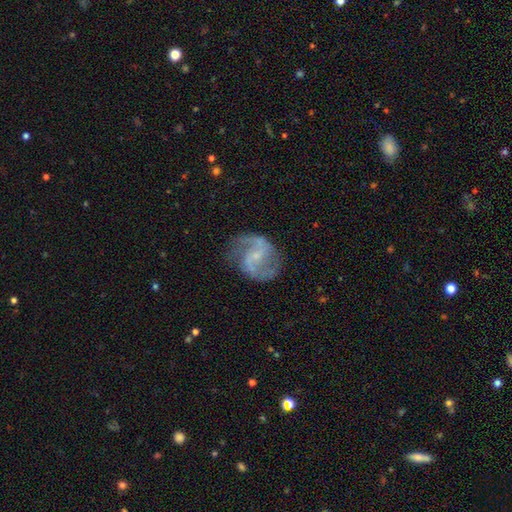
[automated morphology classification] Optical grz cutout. It shows a featured or disk galaxy (89%) with a weak bar (50%), 2 (91%) medium (52%) spiral arms (96%) and a small central bulge (70%). Merging: none (76%).